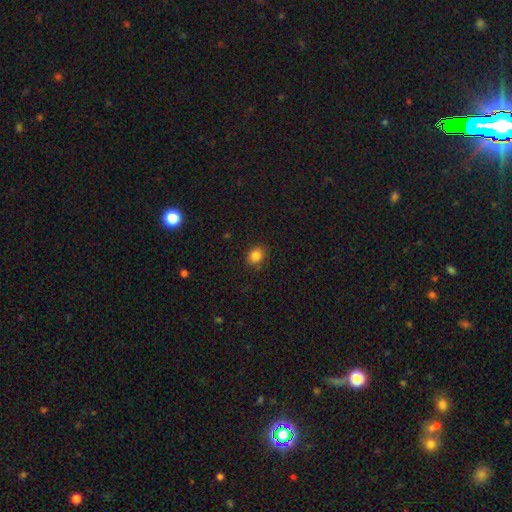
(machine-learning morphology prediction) Smooth or featured? Predicted: smooth (p=0.84). How rounded? Predicted: round (p=0.58). Merging? Predicted: none (p=0.84).